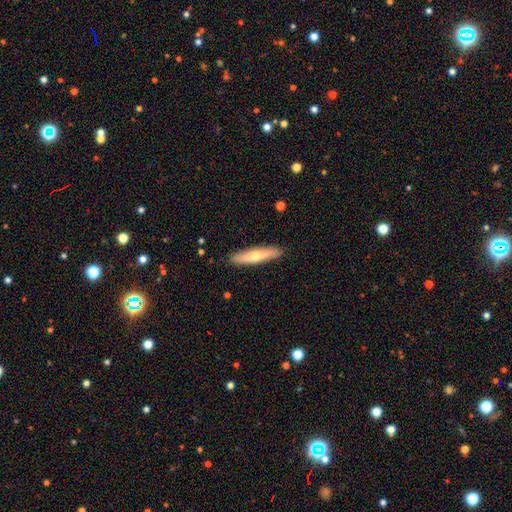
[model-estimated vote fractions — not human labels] This is possibly a smooth galaxy (51%). How rounded: clearly cigar-shaped (86%). Merging: clearly none (90%).